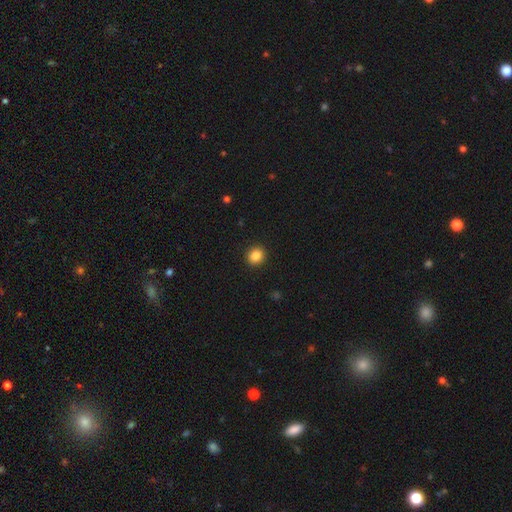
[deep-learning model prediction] This appears to be a smooth galaxy with no disk features (86%) that is round (82%). Merging: none (92%).